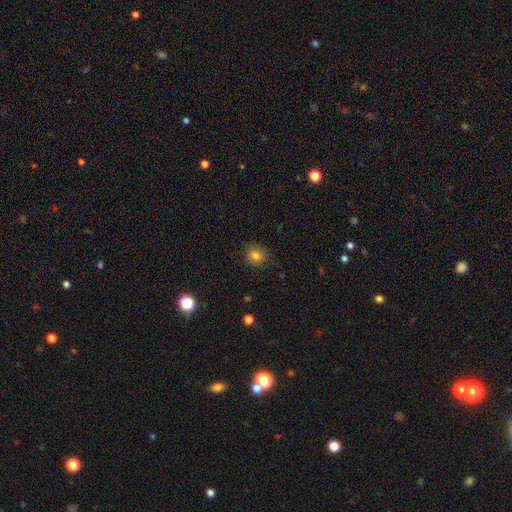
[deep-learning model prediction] smooth_or_featured: smooth (p=0.79) [alt: star or artifact p=0.13]
how_rounded: round (p=0.84) [alt: in between p=0.15]
merging: none (p=0.86) [alt: minor disturbance p=0.10]